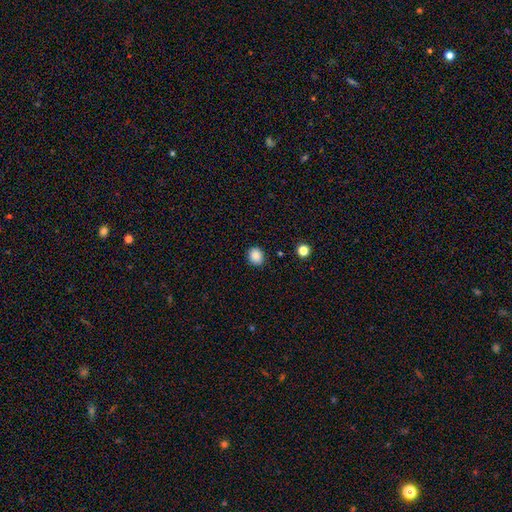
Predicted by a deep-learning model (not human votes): smooth 88%, star or artifact 10%, featured or disk 3%. Down the decision tree: how rounded — round (73%); merging — none (88%).